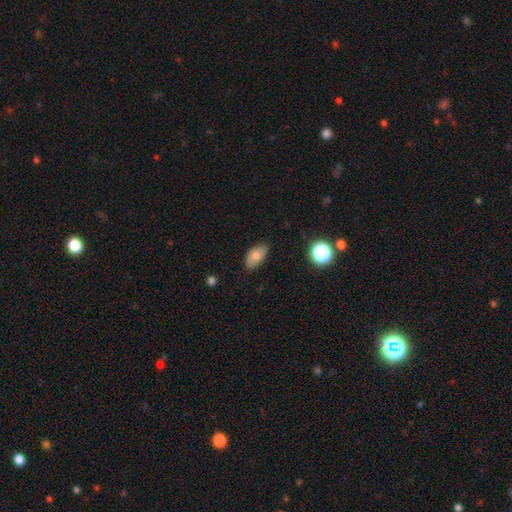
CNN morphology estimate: This is likely a smooth galaxy (77%). How rounded: clearly in between (92%). Merging: likely none (79%).